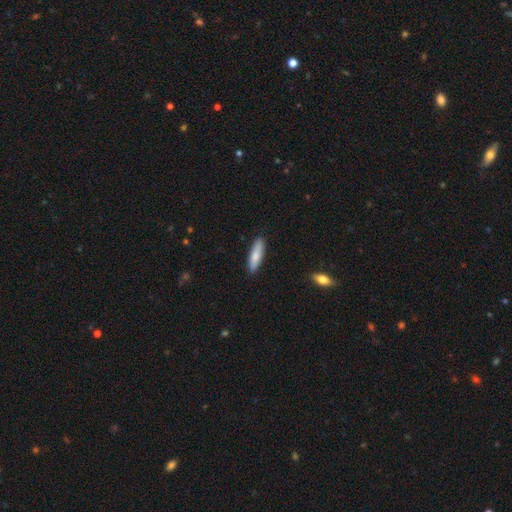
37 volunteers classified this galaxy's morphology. smooth_or_featured: smooth (p=0.81) [alt: featured or disk p=0.16]
how_rounded: cigar-shaped (p=0.77) [alt: in between p=0.23]
merging: none (p=0.94) [alt: minor disturbance p=0.03]